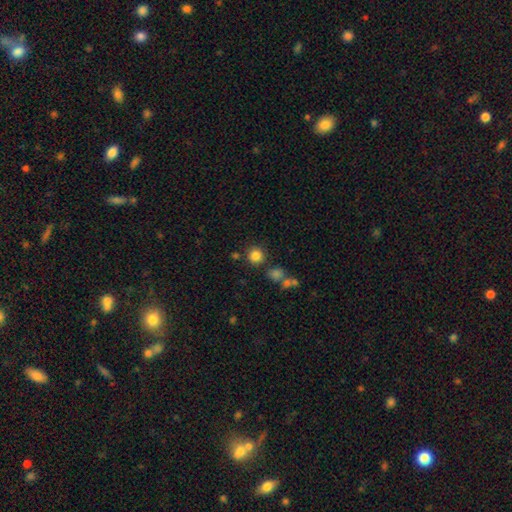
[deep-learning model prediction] Morphology: type=smooth (83%); roundness=round (92%); merging=none (81%).